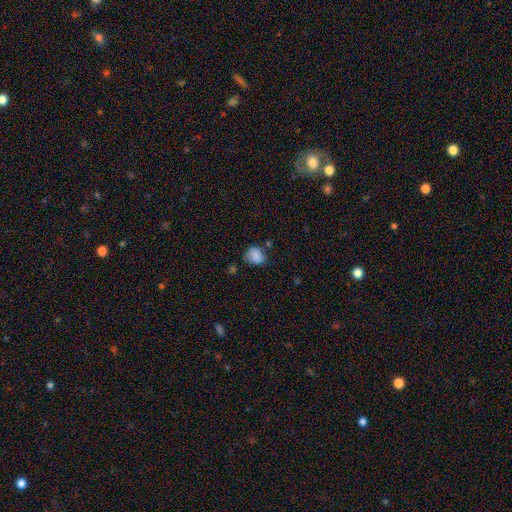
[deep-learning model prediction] smooth 83%, star or artifact 9%, featured or disk 8%. Down the decision tree: how rounded — round (68%); merging — none (61%).